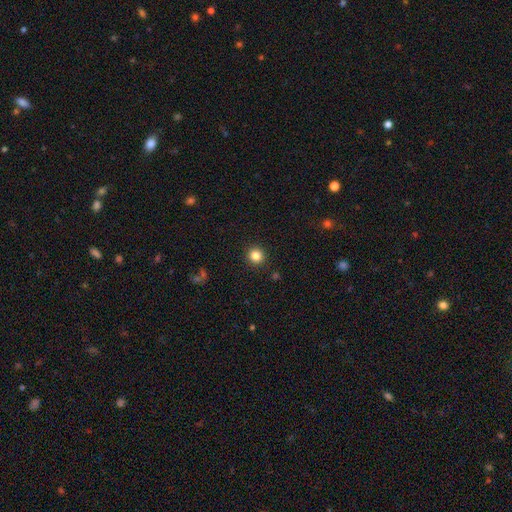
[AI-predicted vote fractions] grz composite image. It shows a smooth galaxy with no disk features (84%) that is round (93%). Merging: none (92%).